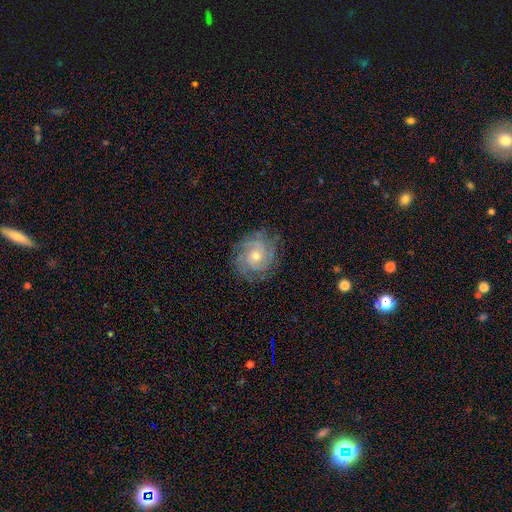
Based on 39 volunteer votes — Smooth or featured? featured or disk (82%)
Edge-on disk? no (97%)
Bar? no (77%)
Spiral arms? yes (100%)
Spiral winding? tight (55%)
Spiral arm count? 3 (39%)
Bulge size? moderate (55%)
Merging? none (86%)